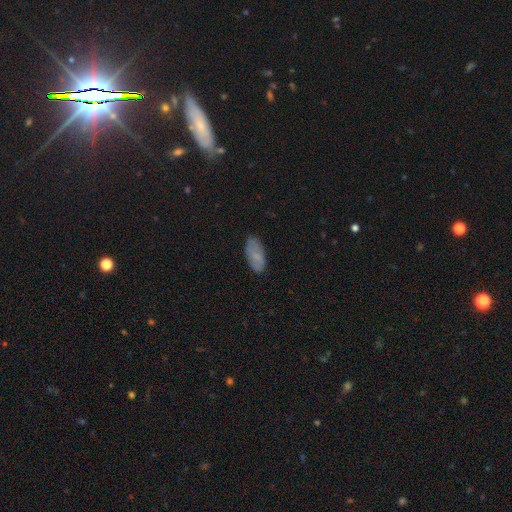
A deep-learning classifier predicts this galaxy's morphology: smooth 72%, featured or disk 20%, star or artifact 8%. Down the decision tree: how rounded — in between (87%); merging — none (83%).